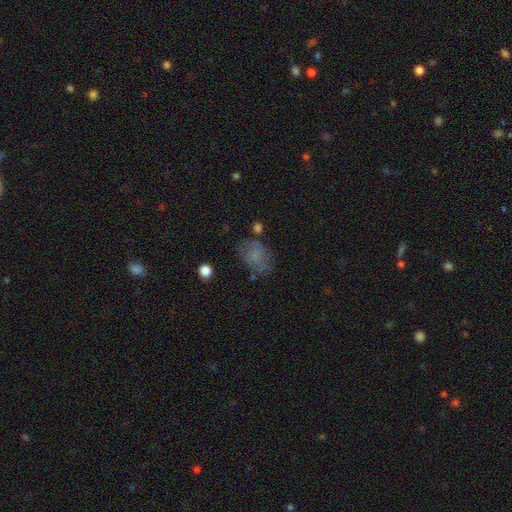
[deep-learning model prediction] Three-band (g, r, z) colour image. It shows a smooth galaxy with no disk features (64%) that is in between round and cigar-shaped (78%). Merging: none (61%).